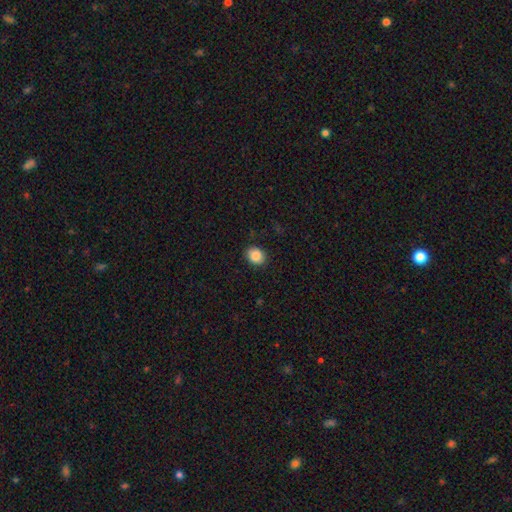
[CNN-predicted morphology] This appears to be a smooth galaxy with no disk features (87%) that is round (54%). Merging: none (88%).